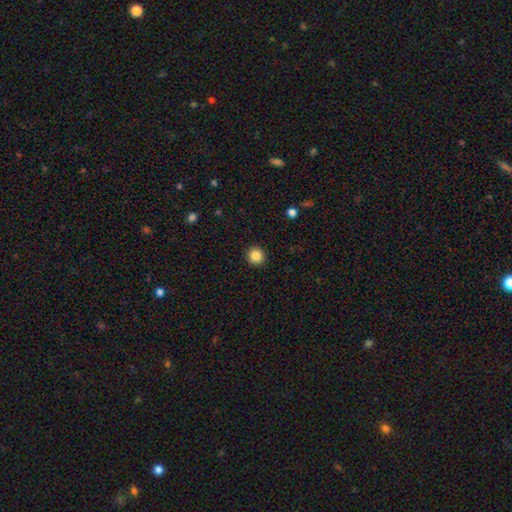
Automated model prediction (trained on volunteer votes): smooth_or_featured: smooth (p=0.85) [alt: star or artifact p=0.11]
how_rounded: round (p=0.92) [alt: in between p=0.08]
merging: none (p=0.93) [alt: minor disturbance p=0.05]